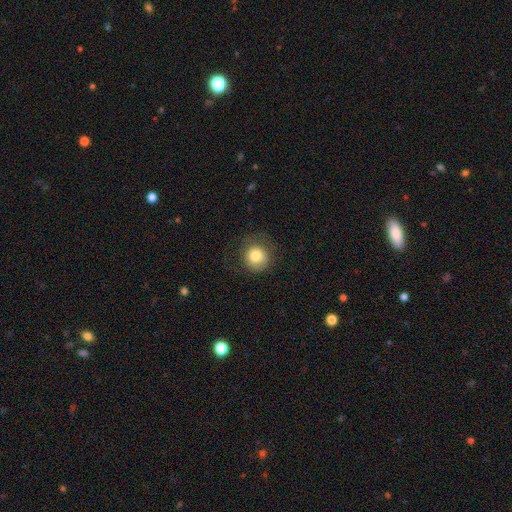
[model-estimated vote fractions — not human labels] Overall: smooth (78%). How rounded: round (89%). Merging: none (70%).